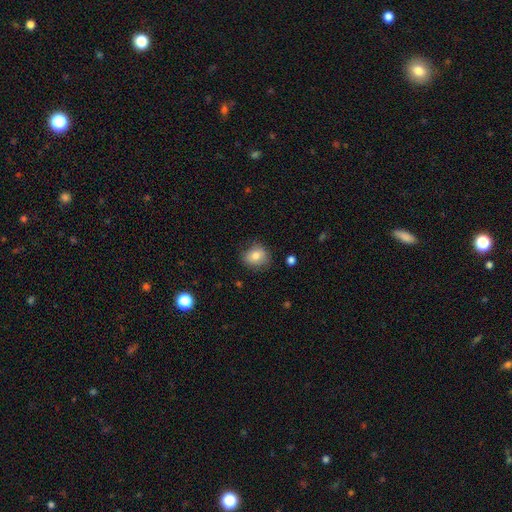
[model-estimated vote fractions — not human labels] This is likely a smooth galaxy (79%). How rounded: likely round (66%). Merging: likely none (77%).